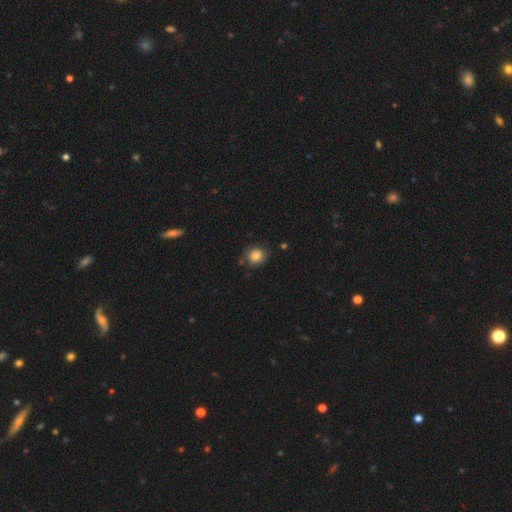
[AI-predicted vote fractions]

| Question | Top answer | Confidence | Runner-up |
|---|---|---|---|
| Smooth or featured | smooth | 83% | star or artifact (10%) |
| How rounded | round | 77% | in between (22%) |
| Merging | none | 73% | minor disturbance (18%) |